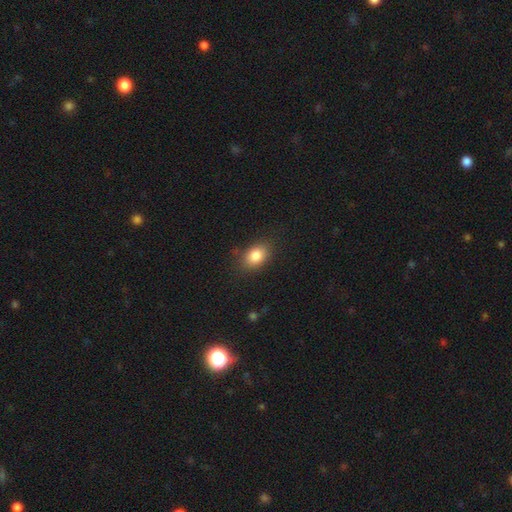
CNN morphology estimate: smooth-or-featured: smooth: 84% | star or artifact: 9% | featured or disk: 7%
  how-rounded: in between: 77% | round: 22% | cigar-shaped: 2%
  merging: none: 82% | minor disturbance: 13% | major disturbance: 3% | merger: 1%